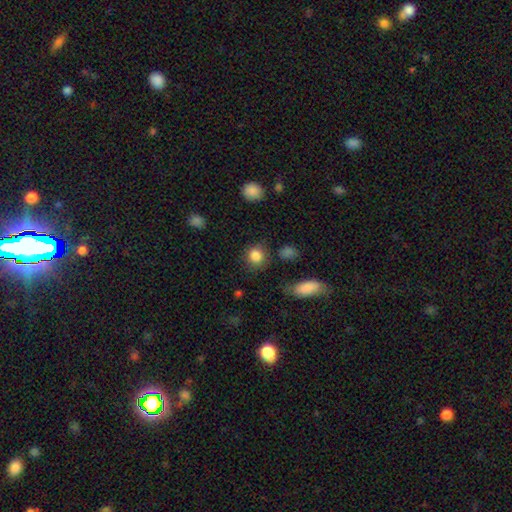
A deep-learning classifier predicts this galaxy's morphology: smooth-or-featured: smooth: 85% | star or artifact: 10% | featured or disk: 5%
  how-rounded: round: 81% | in between: 18% | cigar-shaped: 1%
  merging: none: 77% | minor disturbance: 14% | major disturbance: 5% | merger: 4%